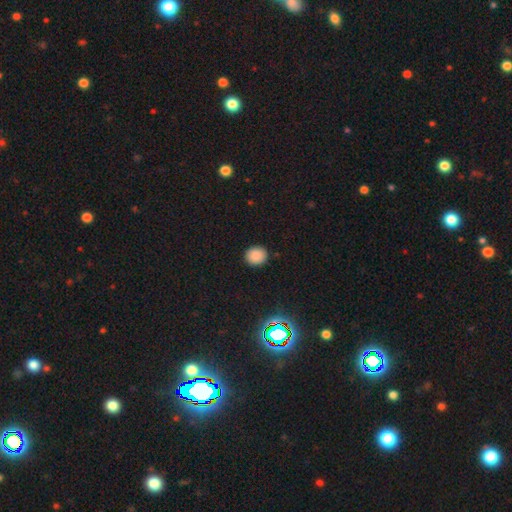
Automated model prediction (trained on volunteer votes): A smooth galaxy with no disk features (86%) that is round (79%). Merging: none (89%).